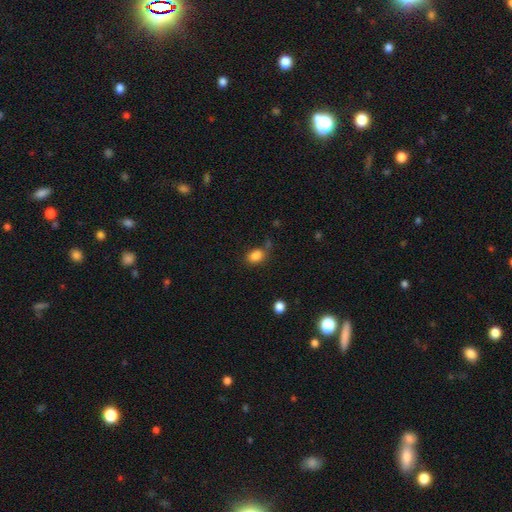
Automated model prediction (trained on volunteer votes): smooth 85%, star or artifact 10%, featured or disk 5%. Down the decision tree: how rounded — in between (64%); merging — none (68%).